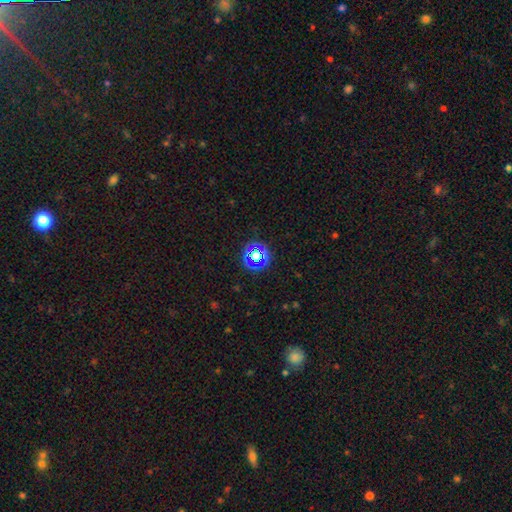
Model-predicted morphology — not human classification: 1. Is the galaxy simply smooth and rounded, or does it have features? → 62% star or artifact, 27% smooth, 11% featured or disk.